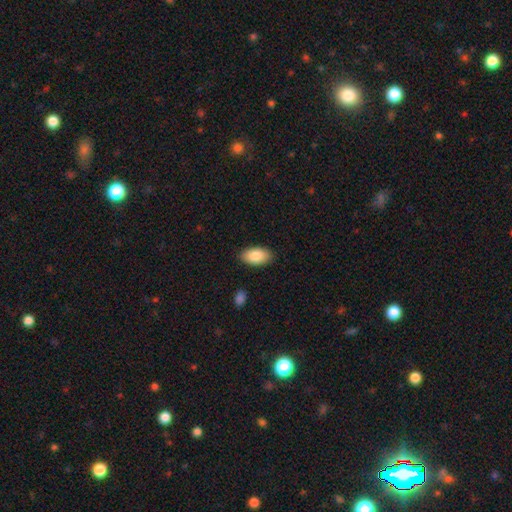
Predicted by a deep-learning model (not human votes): Smooth or featured?
  - smooth: 87% *
  - featured or disk: 7%
  - star or artifact: 6%
How rounded?
  - in between: 95% *
  - round: 3%
  - cigar-shaped: 2%
Merging?
  - none: 88% *
  - minor disturbance: 9%
  - major disturbance: 2%
  - merger: 1%